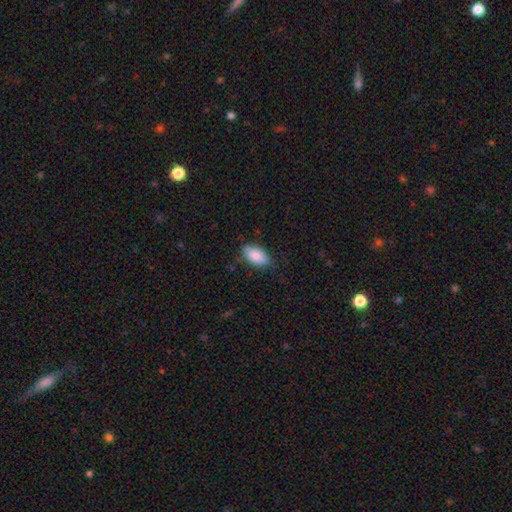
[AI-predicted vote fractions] smooth-or-featured: smooth: 86% | featured or disk: 8% | star or artifact: 6%
  how-rounded: in between: 94% | round: 3% | cigar-shaped: 3%
  merging: none: 76% | minor disturbance: 19% | major disturbance: 4% | merger: 1%